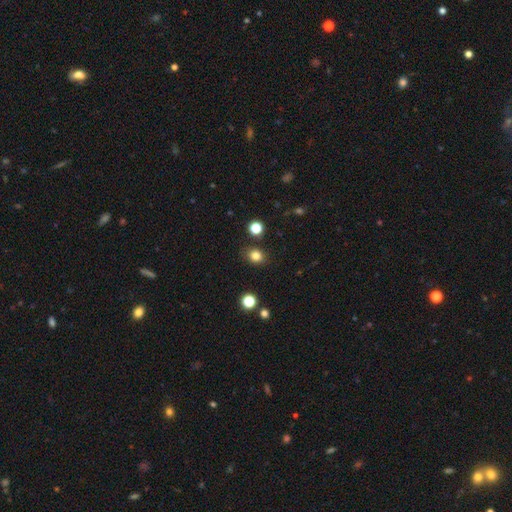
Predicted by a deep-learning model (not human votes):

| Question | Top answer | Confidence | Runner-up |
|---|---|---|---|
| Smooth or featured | smooth | 81% | star or artifact (13%) |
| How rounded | round | 64% | in between (35%) |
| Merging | none | 85% | minor disturbance (10%) |